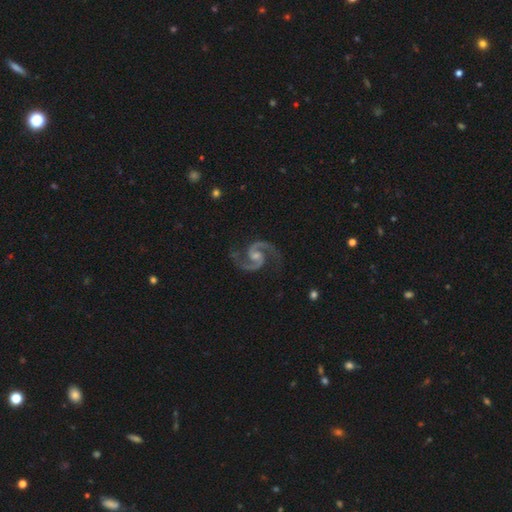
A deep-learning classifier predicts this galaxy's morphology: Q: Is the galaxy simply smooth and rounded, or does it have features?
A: featured or disk — 95%.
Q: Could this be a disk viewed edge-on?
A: no — 99%.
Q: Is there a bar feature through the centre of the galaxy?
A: no — 46%.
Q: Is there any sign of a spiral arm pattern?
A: yes — 99%.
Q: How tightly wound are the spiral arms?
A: medium — 70%.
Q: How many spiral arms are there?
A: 2 — 95%.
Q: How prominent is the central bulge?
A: moderate — 40%.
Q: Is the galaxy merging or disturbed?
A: none — 82%.